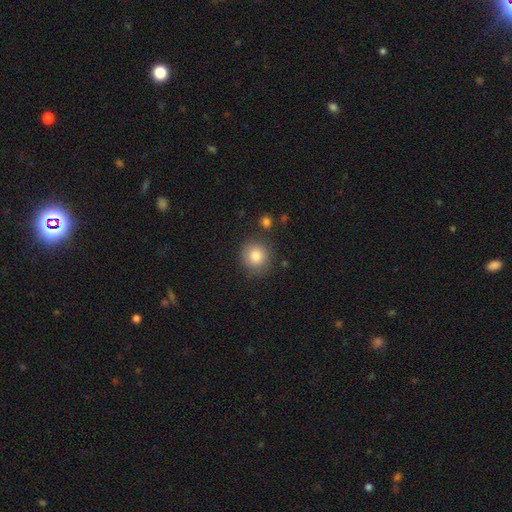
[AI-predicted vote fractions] The model was most divided on "smooth or featured": smooth: 84%, star or artifact: 9%, featured or disk: 7%. More confident: how rounded — round (91%); merging — none (85%).